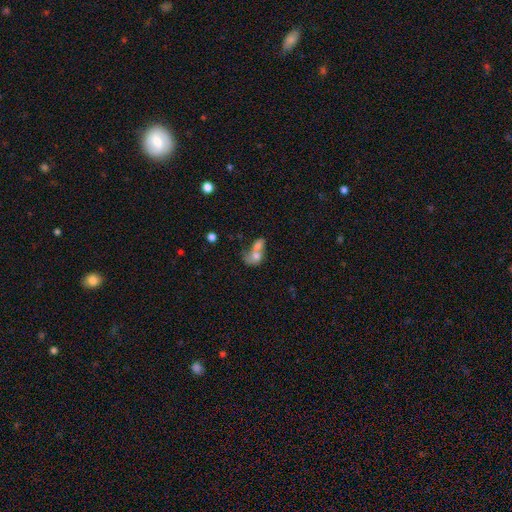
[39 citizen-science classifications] smooth-or-featured: smooth: 74% | featured or disk: 15% | star or artifact: 10%
  how-rounded: in between: 66% | round: 31% | cigar-shaped: 3%
  merging: merger: 66% | major disturbance: 17% | minor disturbance: 11% | none: 6%